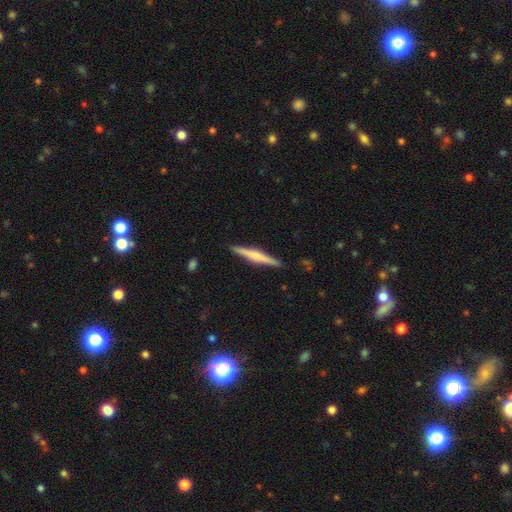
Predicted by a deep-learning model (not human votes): Smooth or featured? featured or disk (61%)
Edge-on disk? yes (98%)
Edge-on bulge? rounded (64%)
Merging? none (91%)